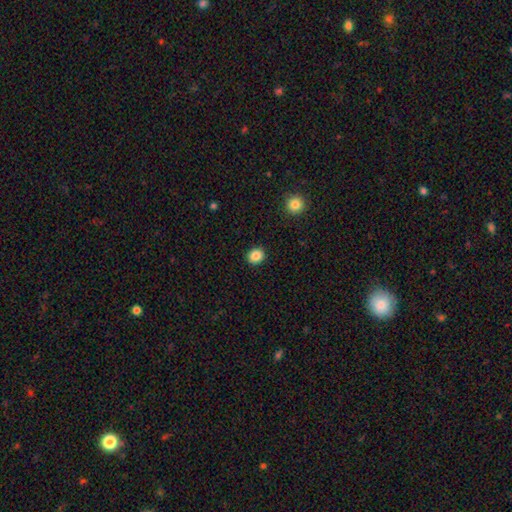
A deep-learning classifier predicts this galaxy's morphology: type=smooth (86%); roundness=round (72%); merging=none (91%).